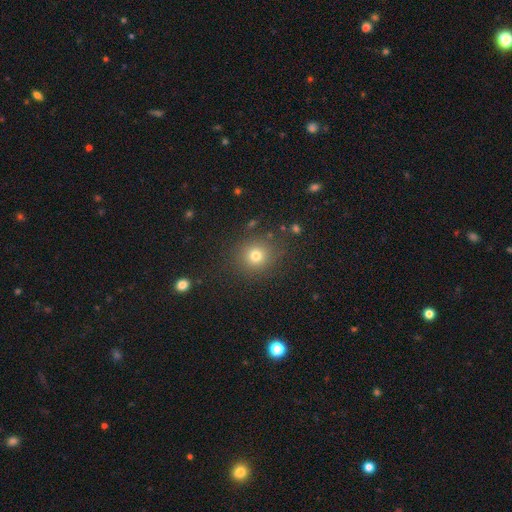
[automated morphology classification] Smooth or featured?
  - smooth: 76% *
  - star or artifact: 16%
  - featured or disk: 8%
How rounded?
  - round: 89% *
  - in between: 10%
  - cigar-shaped: 1%
Merging?
  - none: 86% *
  - minor disturbance: 9%
  - major disturbance: 4%
  - merger: 2%